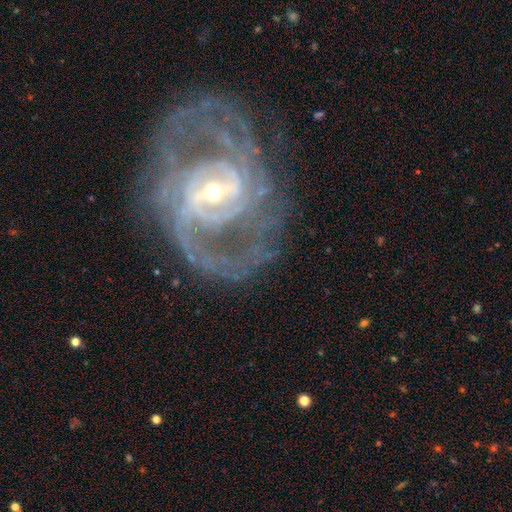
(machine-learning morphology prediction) smooth_or_featured: featured or disk (p=0.90) [alt: star or artifact p=0.06]
disk_edge_on: no (p=0.97) [alt: yes p=0.03]
bar: weak (p=0.43) [alt: strong p=0.39]
has_spiral_arms: yes (p=0.97) [alt: no p=0.03]
spiral_winding: medium (p=0.44) [tied with: tight p=0.44]
spiral_arm_count: 2 (p=0.45) [alt: can't tell p=0.17]
bulge_size: small (p=0.64) [alt: moderate p=0.31]
merging: none (p=0.69) [alt: minor disturbance p=0.15]